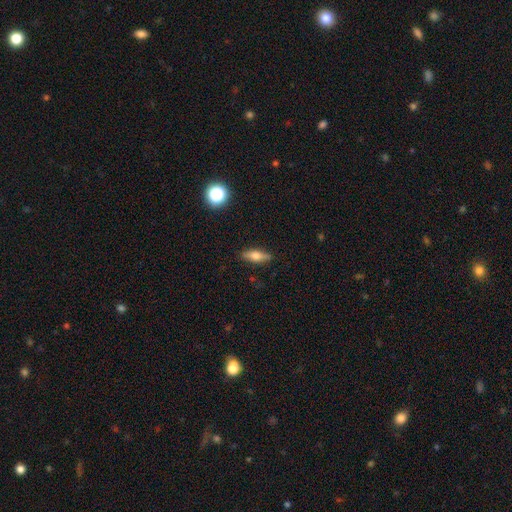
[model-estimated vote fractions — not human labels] This appears to be a smooth galaxy with no disk features (60%) that is in between round and cigar-shaped (51%). Merging: none (87%).